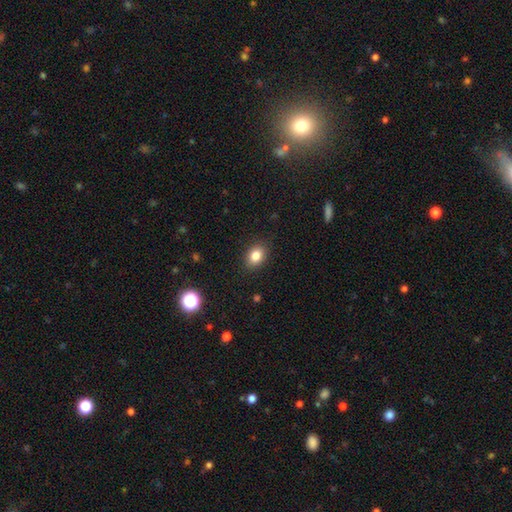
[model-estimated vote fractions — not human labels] A smooth galaxy with no disk features (84%) that is in between round and cigar-shaped (66%).

Vote fractions:
- Smooth or featured? smooth: 84% / star or artifact: 10% / featured or disk: 6%
- How rounded? in between: 66% / round: 33% / cigar-shaped: 1%
- Merging? none: 88% / minor disturbance: 9% / major disturbance: 2% / merger: 1%